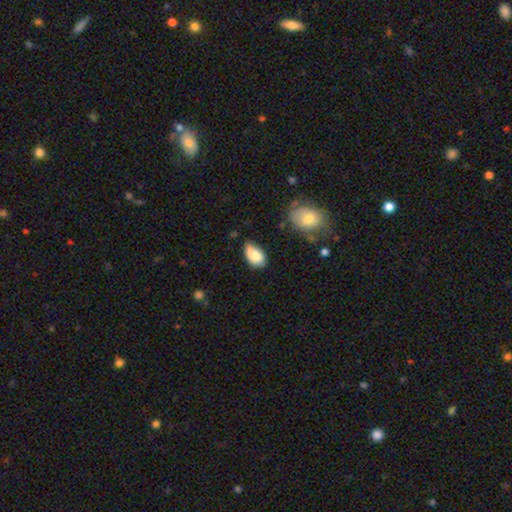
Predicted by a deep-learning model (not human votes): Smooth or featured: smooth — 79% (featured or disk — 14%)
How rounded: in between — 91% (round — 8%)
Merging: minor disturbance — 42% (tied with none — 42%)